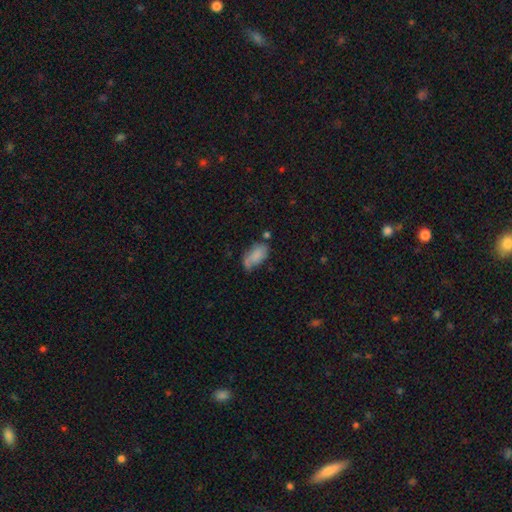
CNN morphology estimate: This appears to be a smooth galaxy with no disk features (78%) that is in between round and cigar-shaped (92%). Merging: none (44%).